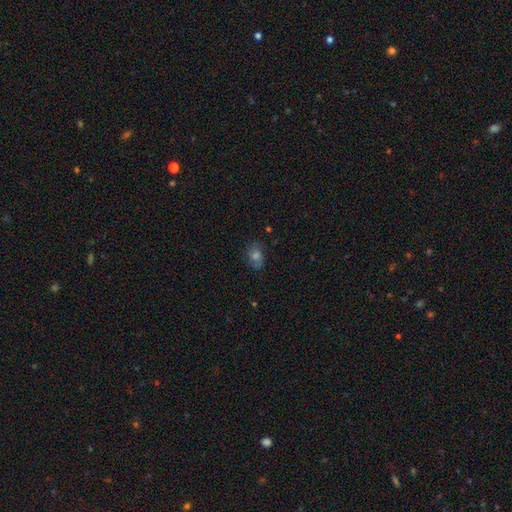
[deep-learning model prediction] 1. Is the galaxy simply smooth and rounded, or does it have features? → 51% smooth, 32% featured or disk, 17% star or artifact.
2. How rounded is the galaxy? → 66% in between, 32% round, 2% cigar-shaped.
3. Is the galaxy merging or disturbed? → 76% none, 17% minor disturbance, 5% major disturbance, 1% merger.